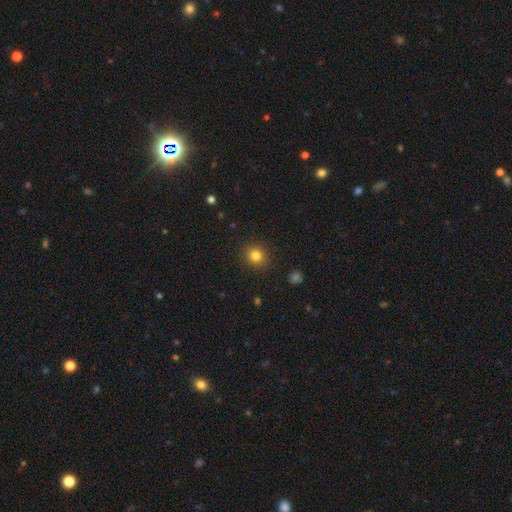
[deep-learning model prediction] Smooth or featured?
  - smooth: 82% *
  - star or artifact: 12%
  - featured or disk: 6%
How rounded?
  - round: 84% *
  - in between: 16%
  - cigar-shaped: 1%
Merging?
  - none: 90% *
  - minor disturbance: 7%
  - major disturbance: 2%
  - merger: 1%